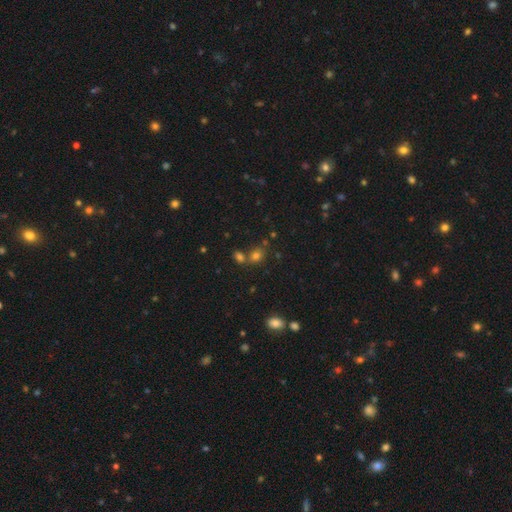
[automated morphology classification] The model was most divided on "how rounded": round: 59%, in between: 40%, cigar-shaped: 1%. More confident: smooth or featured — smooth (70%); merging — none (58%).